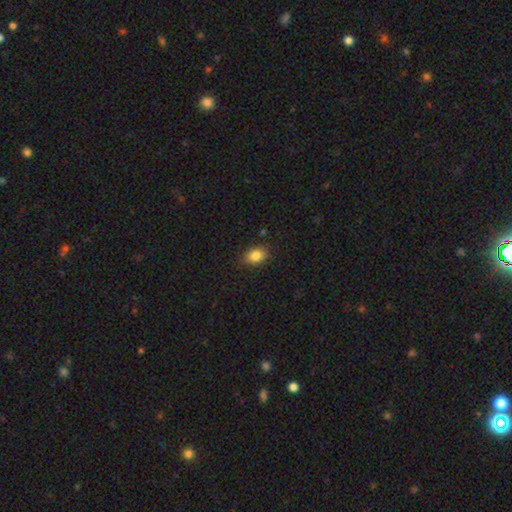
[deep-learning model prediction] This appears to be a smooth galaxy with no disk features (85%) that is in between round and cigar-shaped (72%). Merging: none (82%).